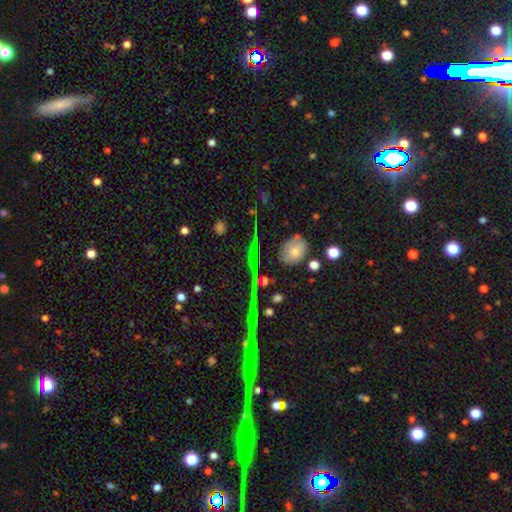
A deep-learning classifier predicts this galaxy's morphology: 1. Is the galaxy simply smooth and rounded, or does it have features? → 42% star or artifact, 36% smooth, 21% featured or disk.